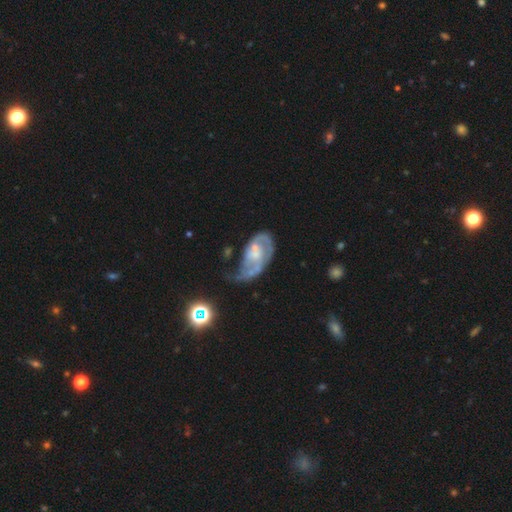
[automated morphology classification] The model was most divided on "merging": major disturbance: 38%, none: 28%, minor disturbance: 25%, merger: 8%. Remaining: edge-on disk — no (97%); spiral arms — yes (84%); smooth or featured — featured or disk (77%); bar — no (64%); bulge size — small (57%); spiral arm count — 2 (47%); spiral winding — medium (41%).